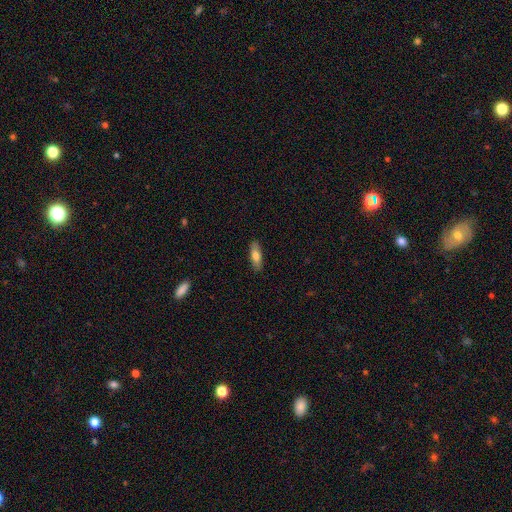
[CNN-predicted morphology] A smooth galaxy with no disk features (73%) that is in between round and cigar-shaped (58%).

Vote fractions:
- Smooth or featured? smooth: 73% / featured or disk: 21% / star or artifact: 6%
- How rounded? in between: 58% / cigar-shaped: 40% / round: 2%
- Merging? none: 89% / minor disturbance: 9% / major disturbance: 2% / merger: 1%